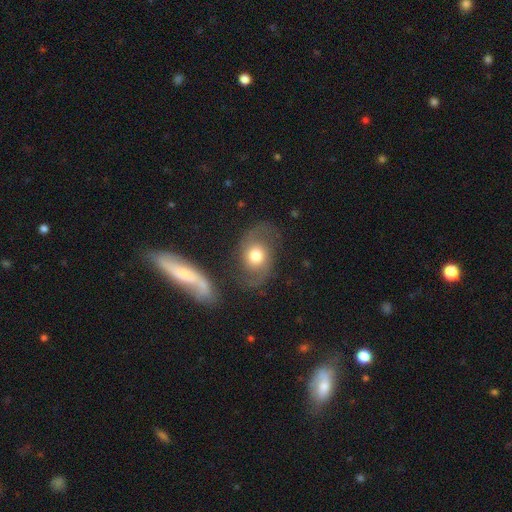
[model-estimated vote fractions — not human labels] This is likely a featured or disk galaxy (73%). It is clearly not viewed edge-on (97%). Bar: likely no (70%). Spiral arm pattern: clearly yes (91%). Spiral arm count: clearly 2 (93%). Spiral winding: possibly medium (48%). Central bulge: likely moderate (61%). Merging: likely none (70%).